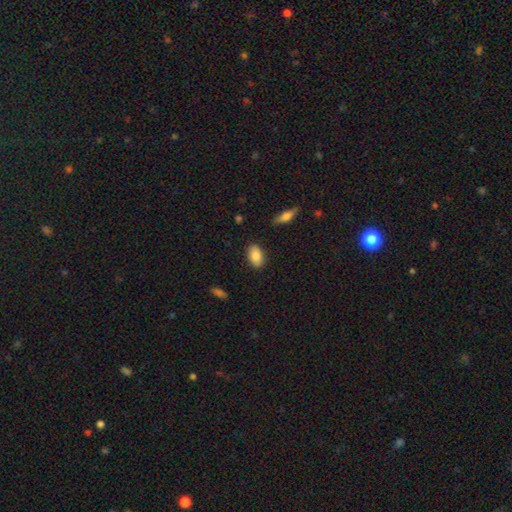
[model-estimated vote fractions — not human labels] A smooth galaxy with no disk features (87%) that is in between round and cigar-shaped (92%).

Vote fractions:
- Smooth or featured? smooth: 87% / star or artifact: 7% / featured or disk: 6%
- How rounded? in between: 92% / round: 5% / cigar-shaped: 3%
- Merging? none: 87% / minor disturbance: 10% / major disturbance: 2% / merger: 1%